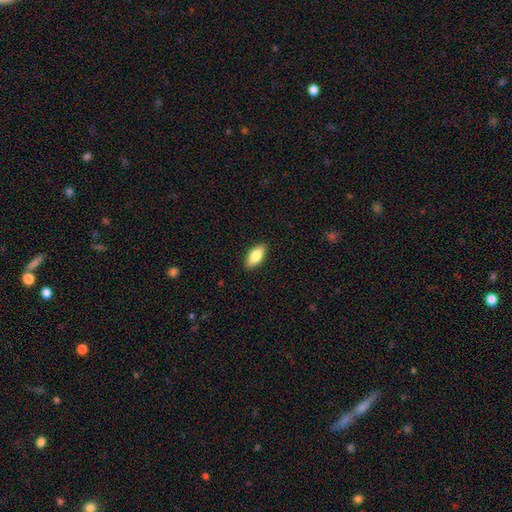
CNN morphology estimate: Smooth or featured?
  - smooth: 80% *
  - featured or disk: 14%
  - star or artifact: 6%
How rounded?
  - in between: 88% *
  - cigar-shaped: 9%
  - round: 3%
Merging?
  - none: 90% *
  - minor disturbance: 8%
  - major disturbance: 2%
  - merger: 1%